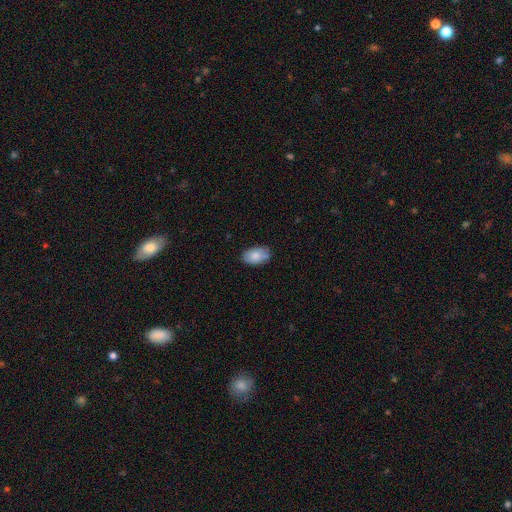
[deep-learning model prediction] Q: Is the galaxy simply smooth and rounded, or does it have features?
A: smooth — 81%.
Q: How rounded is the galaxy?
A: in between — 92%.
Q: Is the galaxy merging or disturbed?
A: none — 75%.